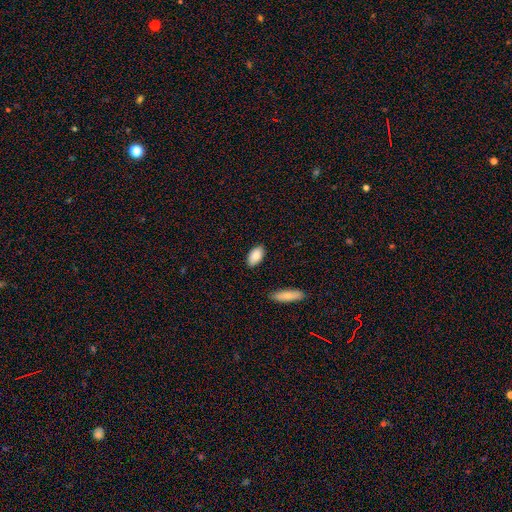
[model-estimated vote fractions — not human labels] A smooth galaxy with no disk features (84%) that is in between round and cigar-shaped (93%). Merging: none (87%).